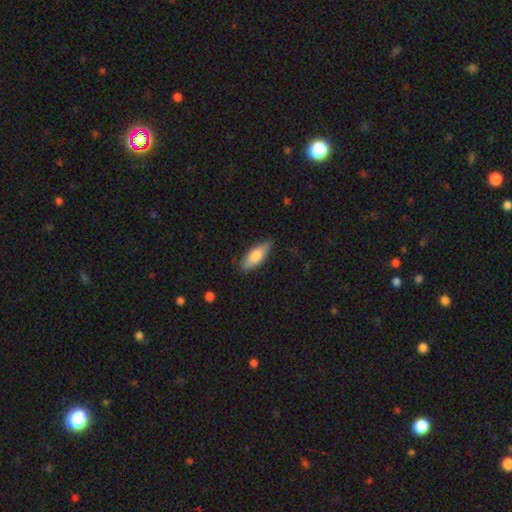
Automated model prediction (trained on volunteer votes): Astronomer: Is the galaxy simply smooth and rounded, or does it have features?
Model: smooth — 79%.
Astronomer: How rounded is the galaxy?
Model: in between — 71%.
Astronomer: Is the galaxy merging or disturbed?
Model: none — 82%.